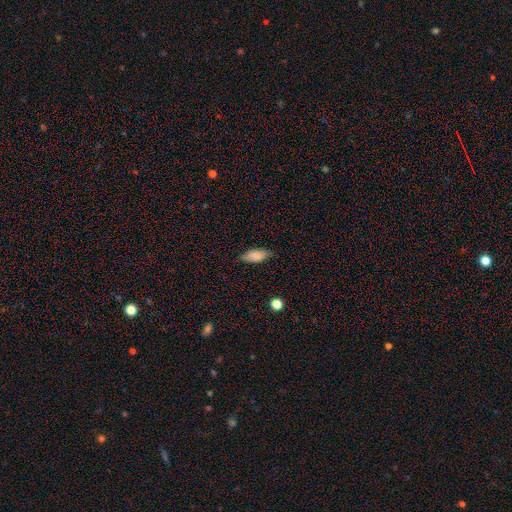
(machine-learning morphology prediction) This is clearly a smooth galaxy (81%). How rounded: clearly in between (80%). Merging: likely none (78%).